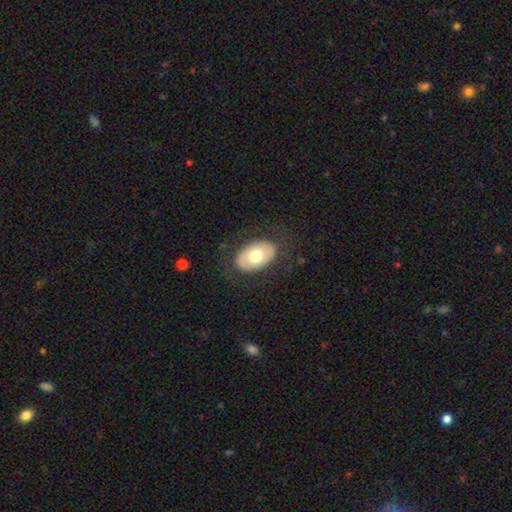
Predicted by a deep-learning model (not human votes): Smooth or featured? Predicted: smooth (p=0.65). How rounded? Predicted: in between (p=0.91). Merging? Predicted: none (p=0.81).